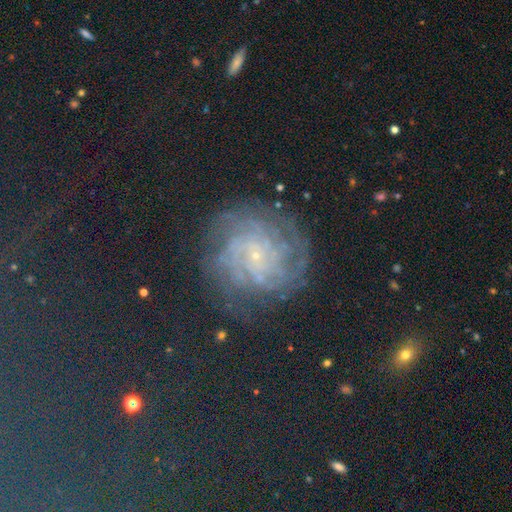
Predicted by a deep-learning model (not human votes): smooth-or-featured: featured or disk: 47% | star or artifact: 34% | smooth: 20%
  merging: none: 81% | minor disturbance: 11% | major disturbance: 6% | merger: 2%